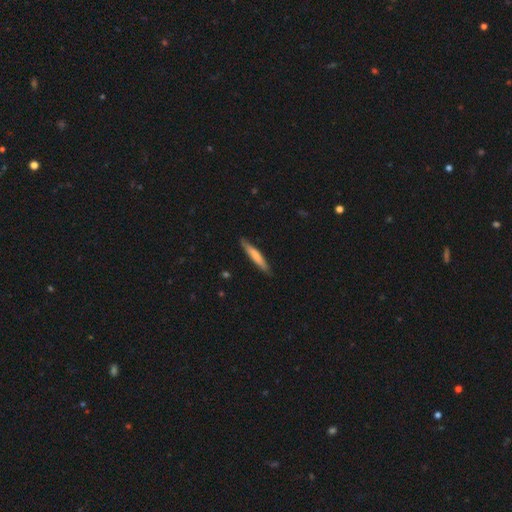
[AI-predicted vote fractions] Smooth or featured? Predicted: smooth (p=0.70). How rounded? Predicted: cigar-shaped (p=0.93). Merging? Predicted: none (p=0.86).